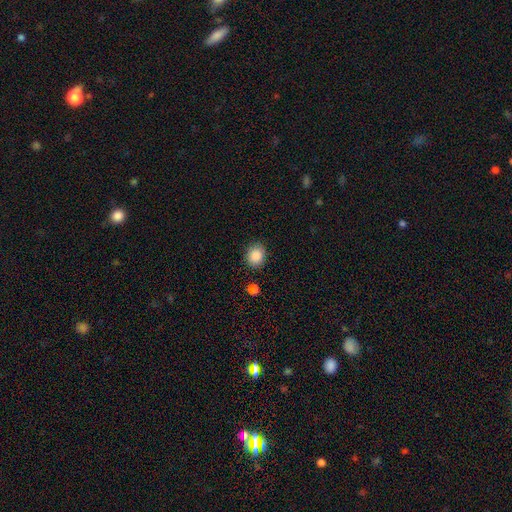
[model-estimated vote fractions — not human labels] Morphology: type=smooth (88%); roundness=round (64%); merging=none (86%).